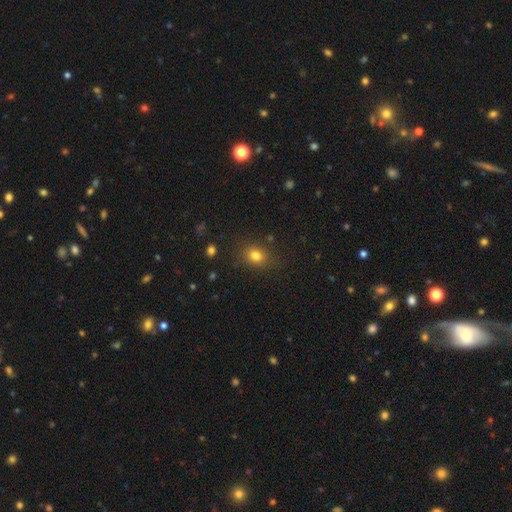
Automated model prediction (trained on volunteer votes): smooth_or_featured: smooth (p=0.80) [alt: star or artifact p=0.13]
how_rounded: round (p=0.60) [alt: in between p=0.39]
merging: none (p=0.84) [alt: minor disturbance p=0.11]